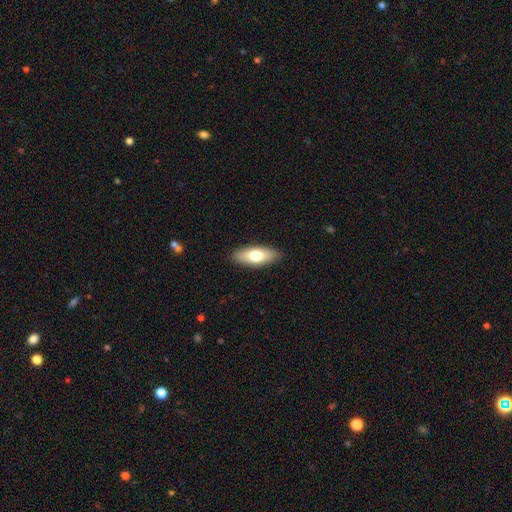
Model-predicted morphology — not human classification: This appears to be a smooth galaxy with no disk features (70%) that is in between round and cigar-shaped (71%). Merging: none (89%).